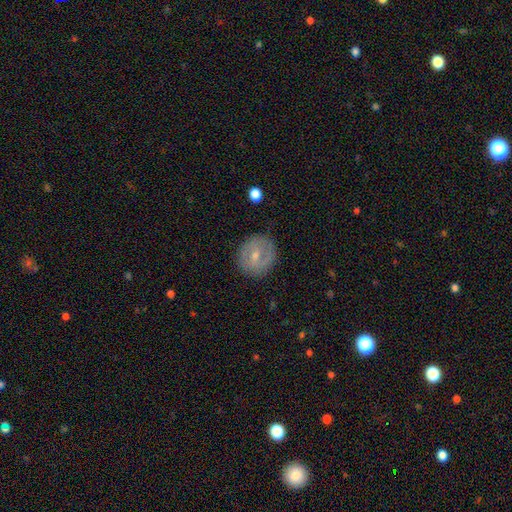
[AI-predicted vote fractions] Smooth or featured? featured or disk (51%)
Edge-on disk? no (95%)
Merging? none (82%)